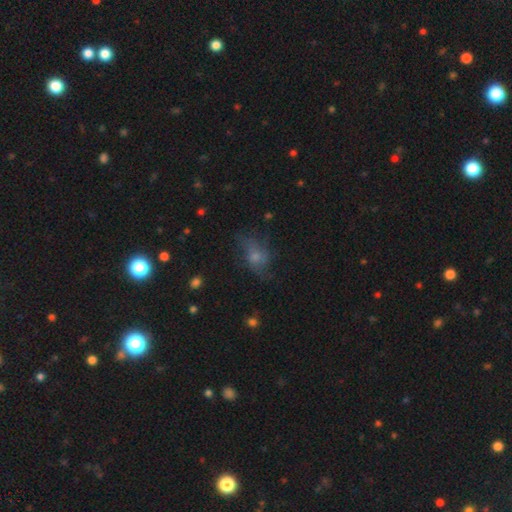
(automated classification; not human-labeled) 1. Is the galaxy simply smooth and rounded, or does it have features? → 54% smooth, 32% featured or disk, 14% star or artifact.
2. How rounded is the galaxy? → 76% in between, 21% round, 3% cigar-shaped.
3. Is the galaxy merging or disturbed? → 48% none, 26% minor disturbance, 23% major disturbance, 2% merger.